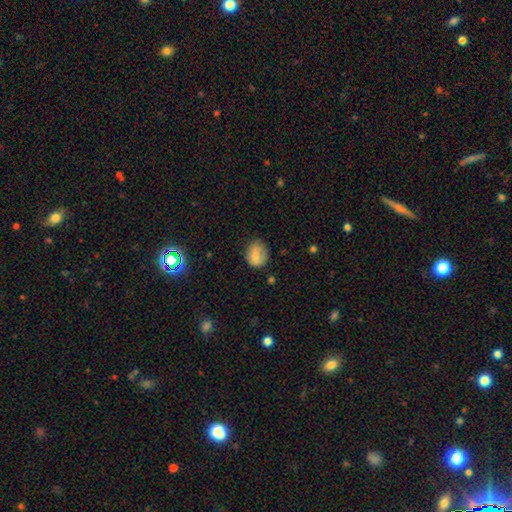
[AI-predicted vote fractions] A smooth galaxy with no disk features (77%) that is round (58%).

Vote fractions:
- Smooth or featured? smooth: 77% / featured or disk: 13% / star or artifact: 9%
- How rounded? round: 58% / in between: 41% / cigar-shaped: 1%
- Merging? none: 69% / minor disturbance: 23% / major disturbance: 6% / merger: 2%